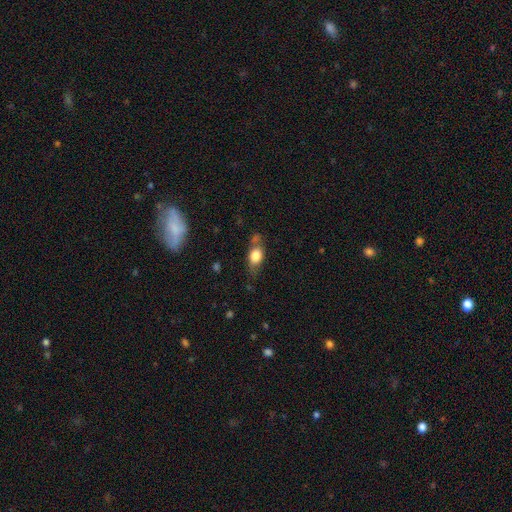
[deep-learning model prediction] smooth_or_featured: smooth (p=0.77) [alt: featured or disk p=0.14]
how_rounded: in between (p=0.73) [alt: round p=0.20]
merging: none (p=0.55) [alt: minor disturbance p=0.25]